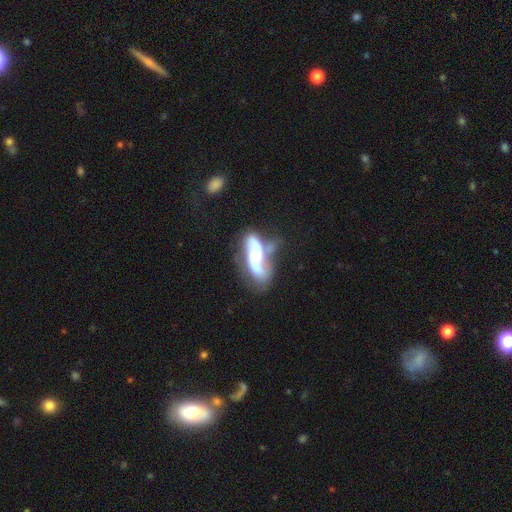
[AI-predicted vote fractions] This appears to be a featured or disk galaxy (63%) with no bar (53%), spiral arms (69%) and no central bulge (31%). Merging: merger (33%).